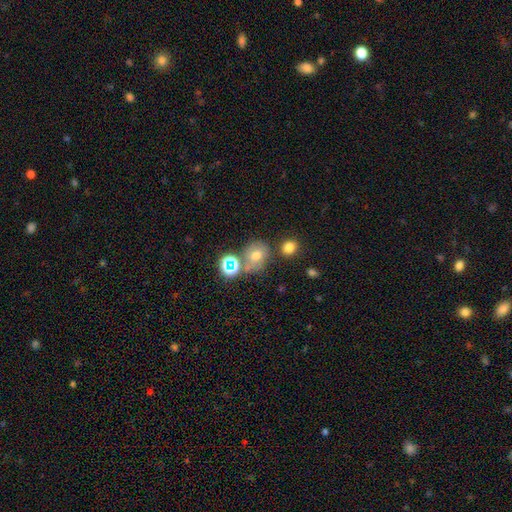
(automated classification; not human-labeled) Smooth or featured? Predicted: smooth (p=0.62). How rounded? Predicted: round (p=0.61). Merging? Predicted: none (p=0.59).